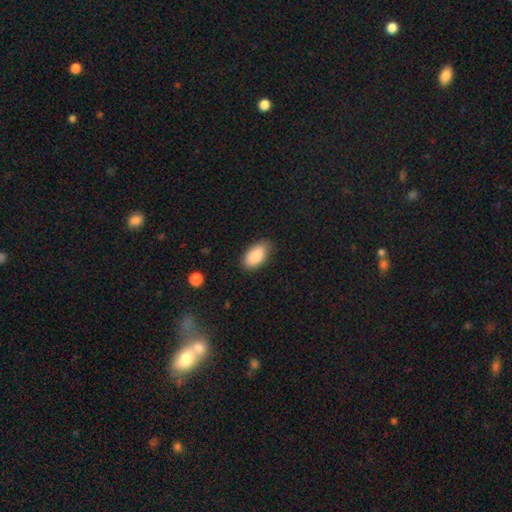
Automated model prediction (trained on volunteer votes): This appears to be a smooth galaxy with no disk features (87%) that is in between round and cigar-shaped (94%). Merging: none (83%).